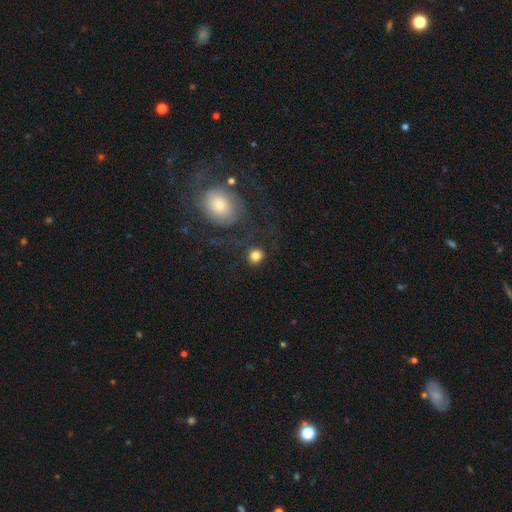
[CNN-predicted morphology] This is clearly a smooth galaxy (82%). How rounded: clearly round (86%). Merging: likely none (75%).